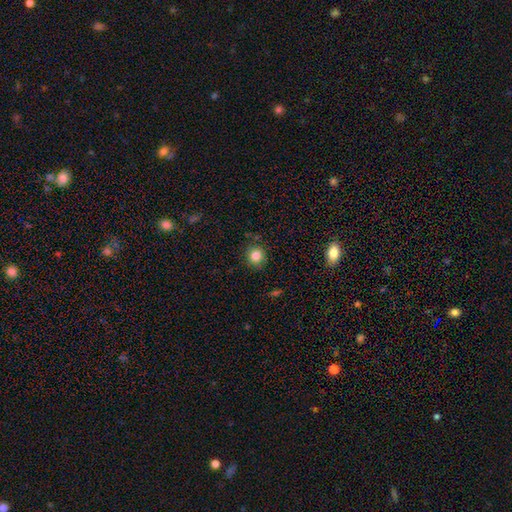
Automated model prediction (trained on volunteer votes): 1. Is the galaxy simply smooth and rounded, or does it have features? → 83% smooth, 11% star or artifact, 6% featured or disk.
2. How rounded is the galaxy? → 88% round, 11% in between, 1% cigar-shaped.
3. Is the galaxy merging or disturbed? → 86% none, 10% minor disturbance, 3% major disturbance, 2% merger.